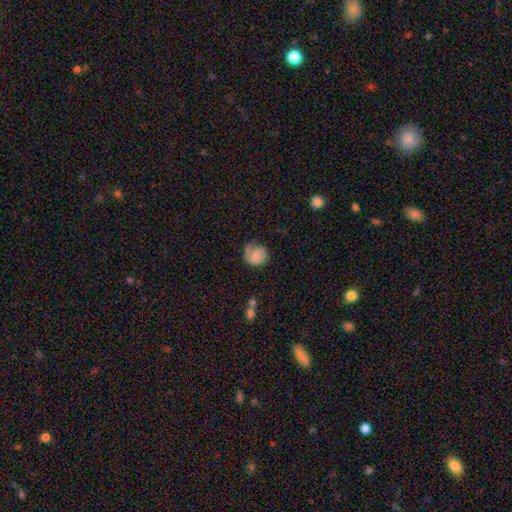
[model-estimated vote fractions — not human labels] Overall: smooth (59%; featured or disk 33%). How rounded: round (82%). Merging: none (50%; minor disturbance 28%).